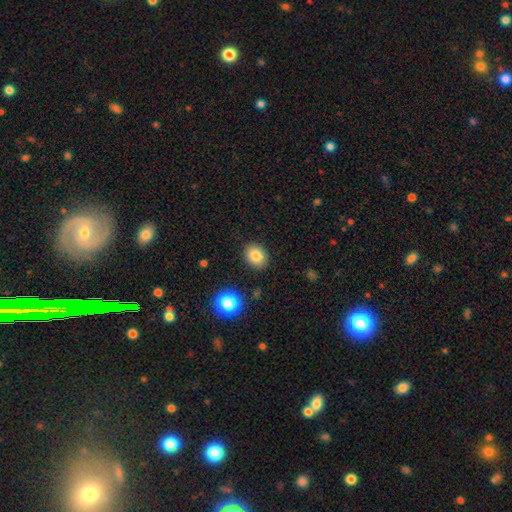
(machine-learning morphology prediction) smooth_or_featured: smooth (p=0.81) [alt: star or artifact p=0.11]
how_rounded: in between (p=0.53) [alt: round p=0.46]
merging: none (p=0.88) [alt: minor disturbance p=0.08]